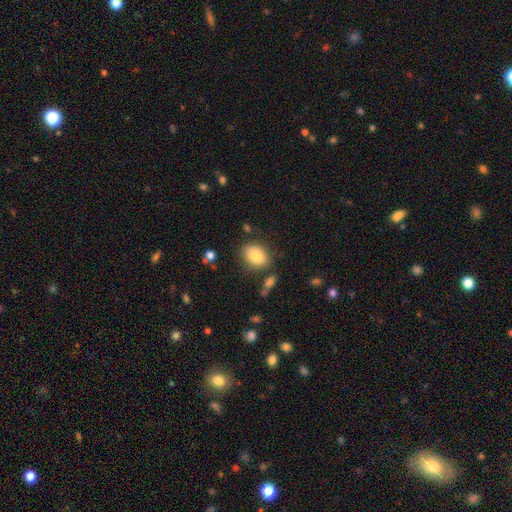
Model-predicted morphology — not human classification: type=smooth (84%); roundness=in between (76%); merging=none (78%).